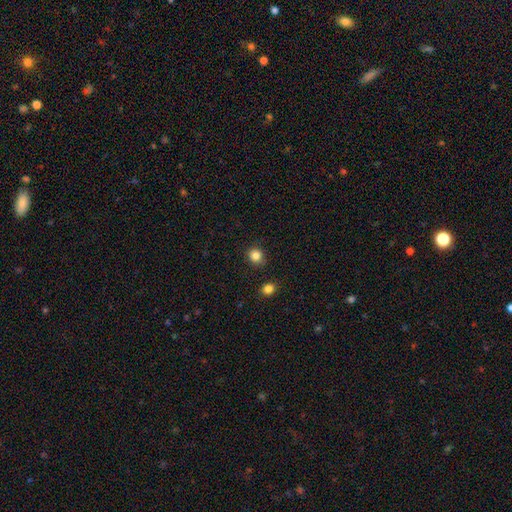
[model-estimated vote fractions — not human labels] A smooth galaxy with no disk features (84%) that is round (84%).

Vote fractions:
- Smooth or featured? smooth: 84% / star or artifact: 11% / featured or disk: 4%
- How rounded? round: 84% / in between: 15% / cigar-shaped: 1%
- Merging? none: 88% / minor disturbance: 7% / merger: 2% / major disturbance: 2%